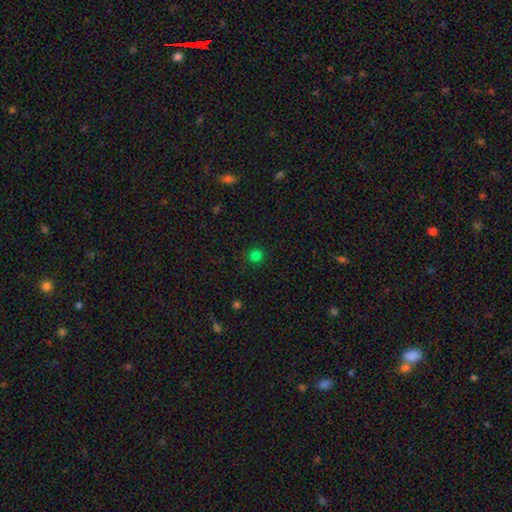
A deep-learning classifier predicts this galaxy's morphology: Q: Smooth or featured?
A: smooth (77%); runner-up: star or artifact (19%)
Q: How rounded?
A: round (93%); runner-up: in between (6%)
Q: Merging?
A: none (88%); runner-up: minor disturbance (8%)